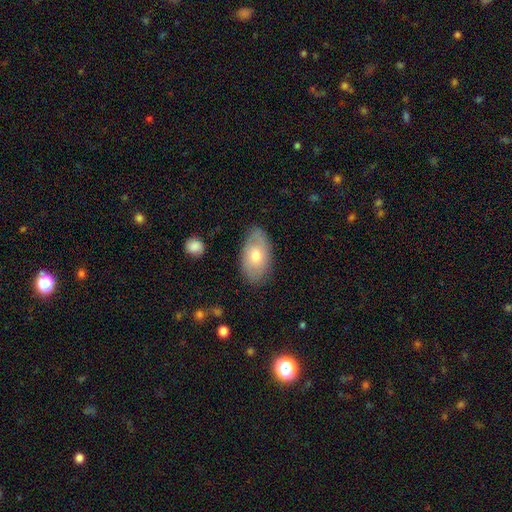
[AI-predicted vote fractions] Smooth or featured?
  - smooth: 56% *
  - featured or disk: 38%
  - star or artifact: 6%
How rounded?
  - in between: 93% *
  - round: 5%
  - cigar-shaped: 2%
Merging?
  - none: 79% *
  - minor disturbance: 17%
  - major disturbance: 3%
  - merger: 1%